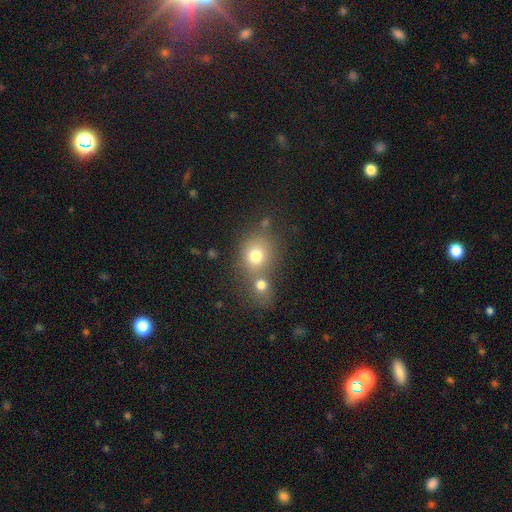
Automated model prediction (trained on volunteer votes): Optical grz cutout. It shows a smooth galaxy with no disk features (74%) that is round (74%). Merging: merger (45%).